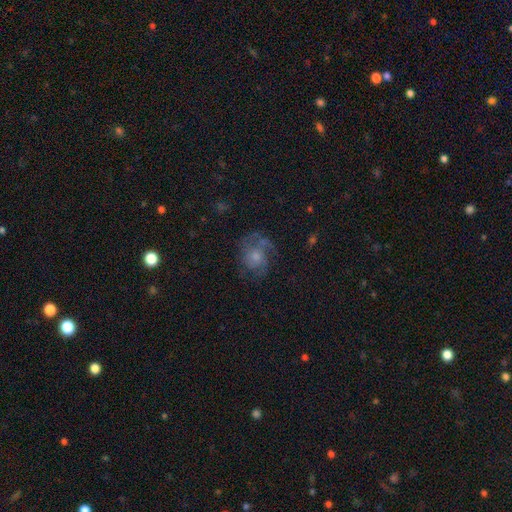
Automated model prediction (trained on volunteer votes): This appears to be a featured or disk galaxy (64%) with no bar (80%), medium (44%) spiral arms (82%) and a moderate central bulge (46%). Merging: none (59%).